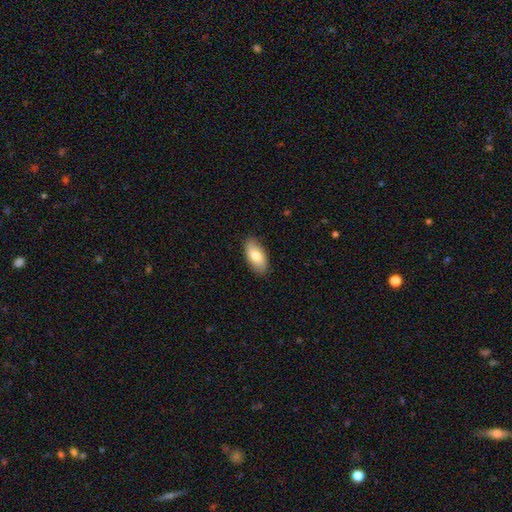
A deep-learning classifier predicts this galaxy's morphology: smooth 80%, featured or disk 15%, star or artifact 6%. Down the decision tree: how rounded — in between (91%); merging — none (87%).